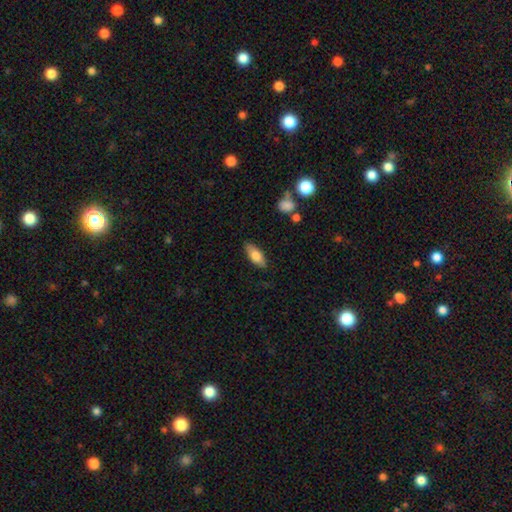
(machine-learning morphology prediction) A smooth galaxy with no disk features (76%) that is in between round and cigar-shaped (78%). Merging: none (83%).